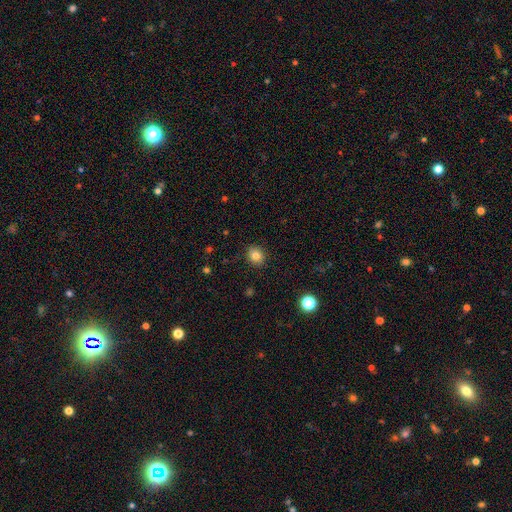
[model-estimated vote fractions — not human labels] This is clearly a smooth galaxy (82%). How rounded: likely round (72%). Merging: clearly none (89%).